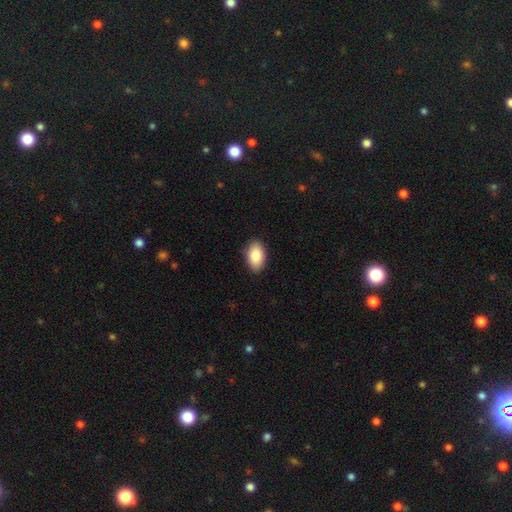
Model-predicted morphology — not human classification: A smooth galaxy with no disk features (86%) that is in between round and cigar-shaped (93%).

Vote fractions:
- Smooth or featured? smooth: 86% / featured or disk: 7% / star or artifact: 6%
- How rounded? in between: 93% / round: 6% / cigar-shaped: 1%
- Merging? none: 88% / minor disturbance: 9% / major disturbance: 2% / merger: 1%